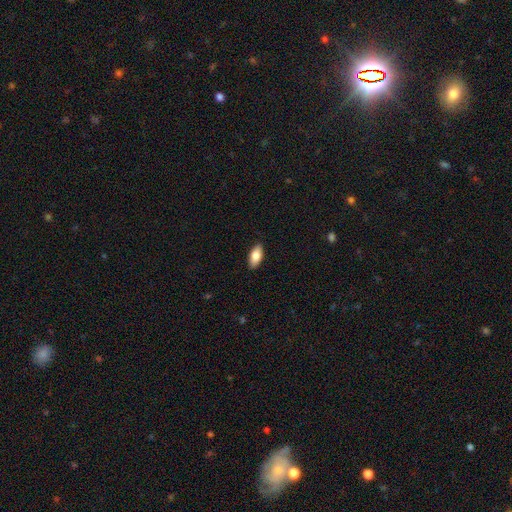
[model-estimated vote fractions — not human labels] smooth 83%, featured or disk 11%, star or artifact 6%. Down the decision tree: how rounded — in between (90%); merging — none (89%).